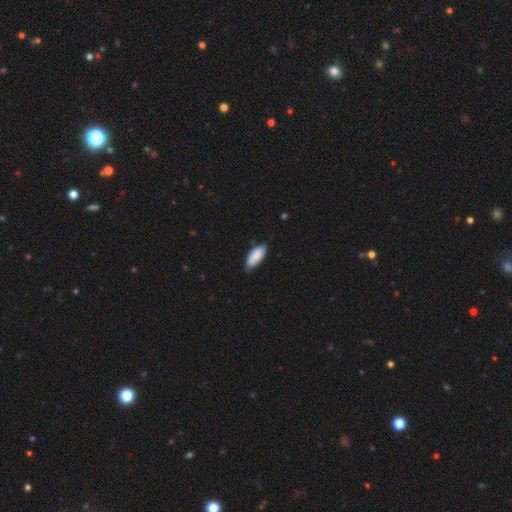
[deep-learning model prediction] A smooth galaxy with no disk features (86%) that is in between round and cigar-shaped (84%).

Vote fractions:
- Smooth or featured? smooth: 86% / featured or disk: 9% / star or artifact: 6%
- How rounded? in between: 84% / cigar-shaped: 14% / round: 2%
- Merging? none: 74% / minor disturbance: 22% / major disturbance: 3% / merger: 1%